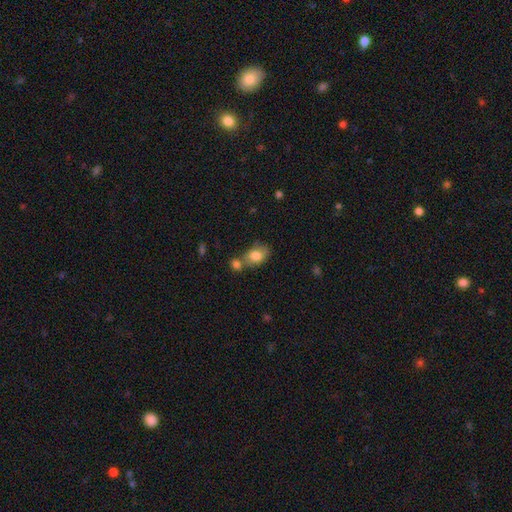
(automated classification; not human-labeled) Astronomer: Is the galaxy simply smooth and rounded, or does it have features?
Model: smooth — 80%.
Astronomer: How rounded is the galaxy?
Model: in between — 74%.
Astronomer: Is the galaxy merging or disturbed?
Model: none — 46% (runner-up: merger, 31%).